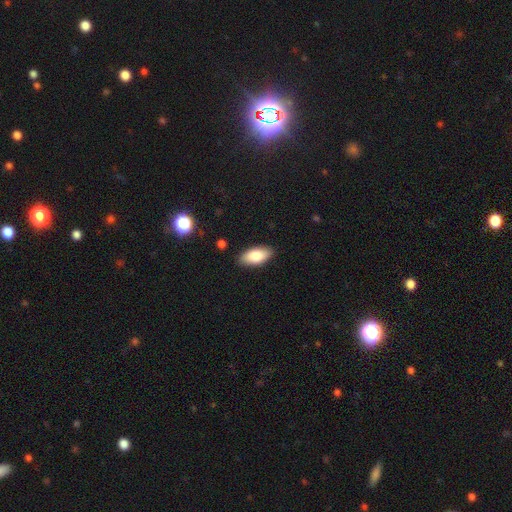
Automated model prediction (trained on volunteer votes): This is clearly a smooth galaxy (83%). How rounded: clearly in between (91%). Merging: clearly none (88%).